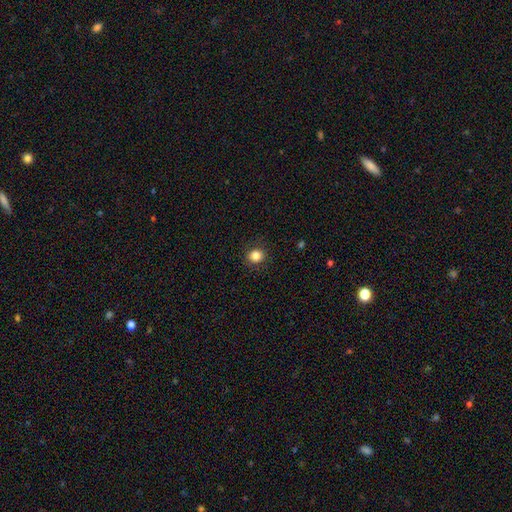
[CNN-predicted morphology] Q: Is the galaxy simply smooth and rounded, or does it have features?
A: smooth — 84%.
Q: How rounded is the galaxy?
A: round — 84%.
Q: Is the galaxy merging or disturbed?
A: none — 90%.